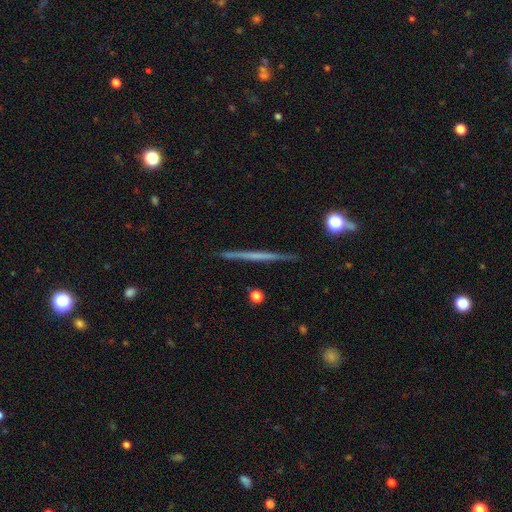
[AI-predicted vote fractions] A featured or disk galaxy (60%) viewed edge-on (98%) with no central bulge (89%).

Vote fractions:
- Smooth or featured? featured or disk: 60% / smooth: 34% / star or artifact: 6%
- Edge-on disk? yes: 98% / no: 2%
- Edge-on bulge? none: 89% / rounded: 8% / boxy: 4%
- Merging? none: 92% / minor disturbance: 6% / major disturbance: 1% / merger: 1%